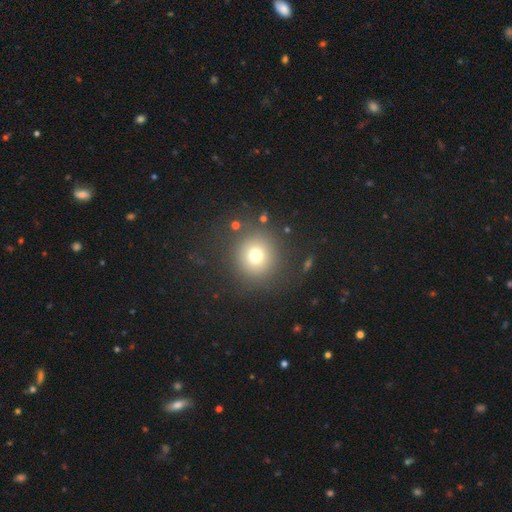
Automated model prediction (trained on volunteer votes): smooth_or_featured: smooth (p=0.72) [alt: star or artifact p=0.17]
how_rounded: round (p=0.94) [alt: in between p=0.05]
merging: none (p=0.84) [alt: minor disturbance p=0.08]